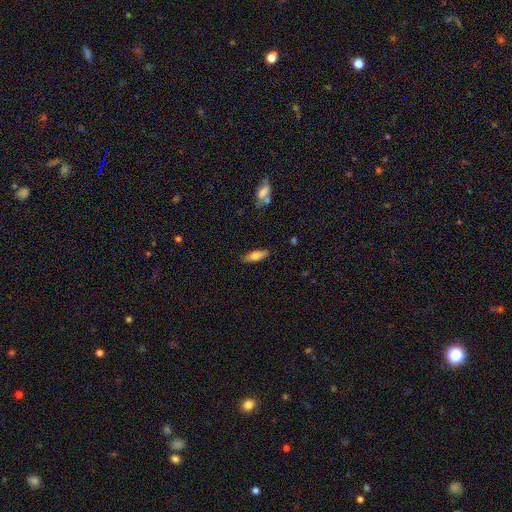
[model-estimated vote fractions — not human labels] This is likely a smooth galaxy (72%). How rounded: possibly in between (53%). Merging: clearly none (83%).